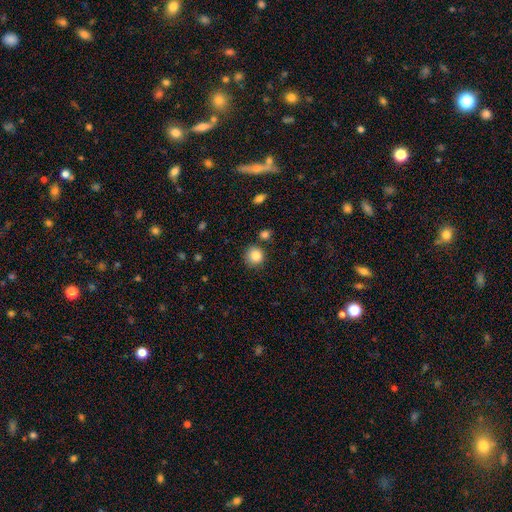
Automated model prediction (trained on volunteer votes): smooth 85%, star or artifact 10%, featured or disk 6%. Down the decision tree: how rounded — round (91%); merging — none (81%).